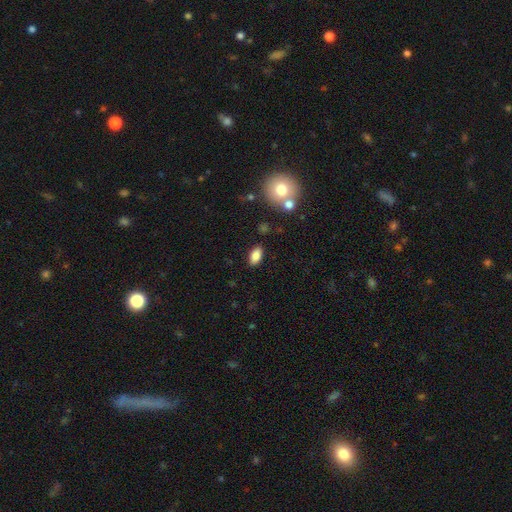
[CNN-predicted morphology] Smooth or featured? Predicted: smooth (p=0.85). How rounded? Predicted: in between (p=0.91). Merging? Predicted: none (p=0.85).